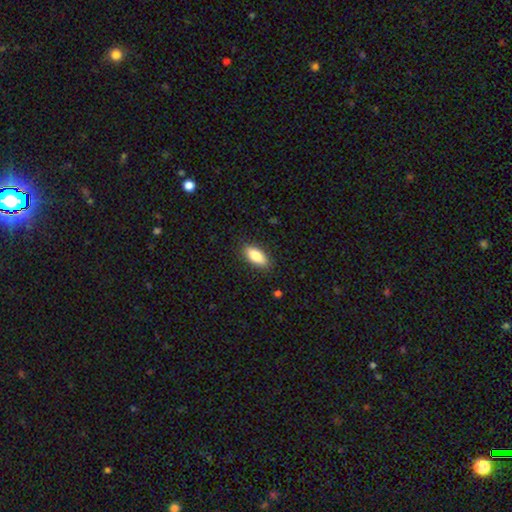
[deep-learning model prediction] This appears to be a smooth galaxy with no disk features (83%) that is in between round and cigar-shaped (86%). Merging: none (87%).